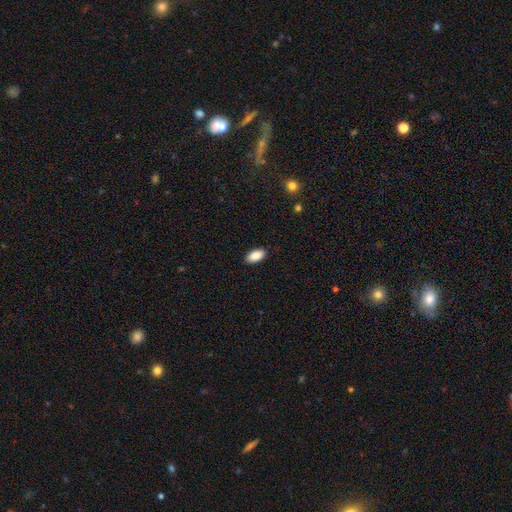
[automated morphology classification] type=smooth (89%); roundness=in between (94%); merging=none (90%).